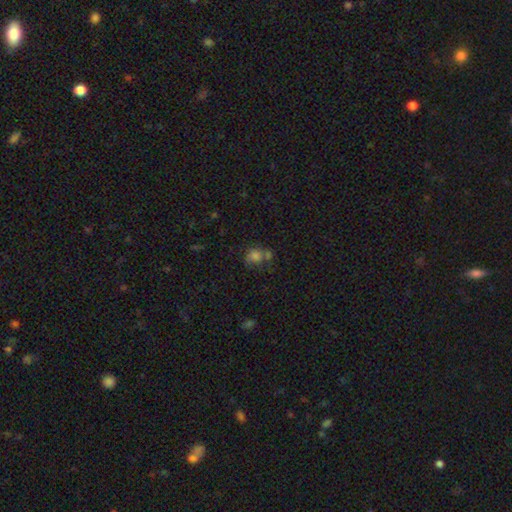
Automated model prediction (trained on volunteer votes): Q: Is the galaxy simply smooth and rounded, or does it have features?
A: smooth — 69%.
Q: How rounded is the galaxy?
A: round — 68%.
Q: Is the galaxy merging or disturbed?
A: none — 45%.